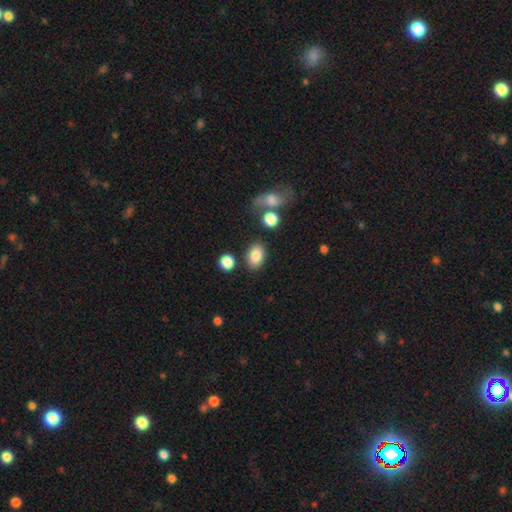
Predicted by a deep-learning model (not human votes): Overall: smooth (85%). How rounded: in between (81%). Merging: none (80%).